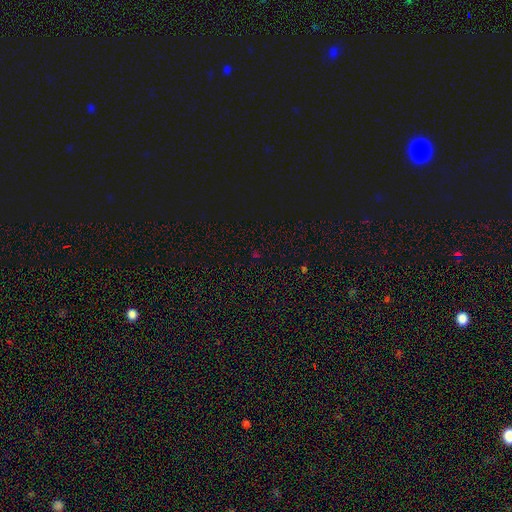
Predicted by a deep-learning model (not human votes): Smooth or featured: star or artifact — 69% (smooth — 25%)